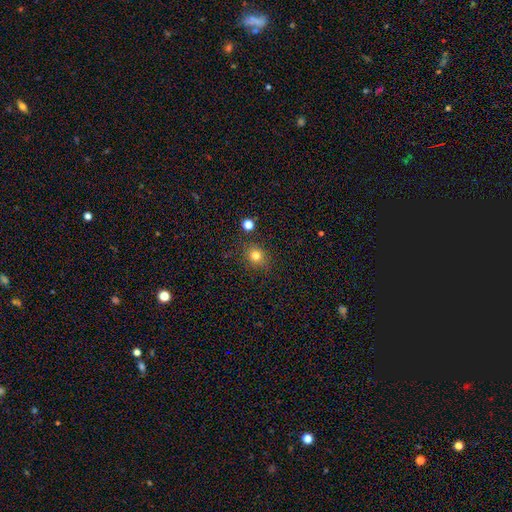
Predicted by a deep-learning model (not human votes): Morphology: type=smooth (79%); roundness=round (80%); merging=none (85%).